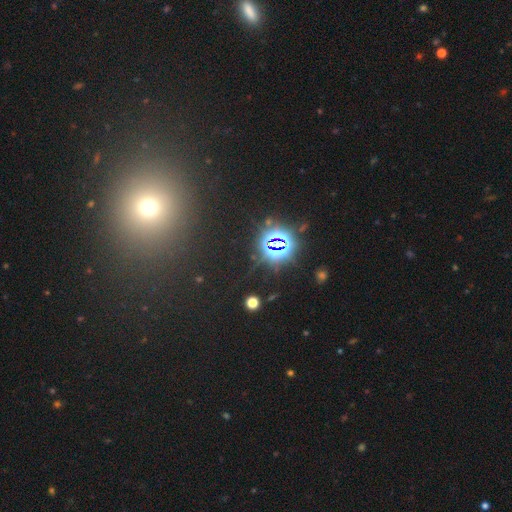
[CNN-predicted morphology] Q: Smooth or featured?
A: star or artifact (53%); runner-up: smooth (39%)